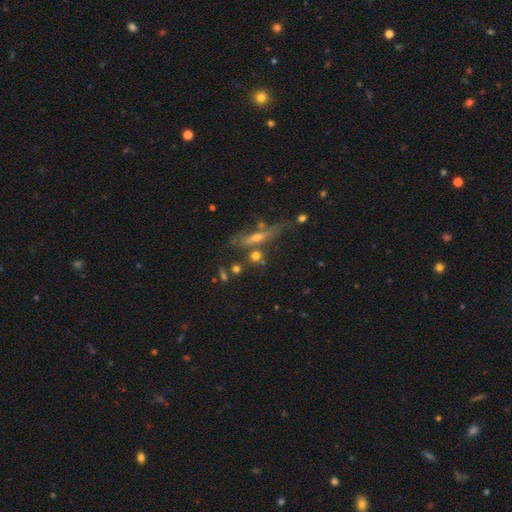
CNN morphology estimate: A smooth galaxy with no disk features (53%) that is round (39%, tied with cigar-shaped). Merging: none (60%).